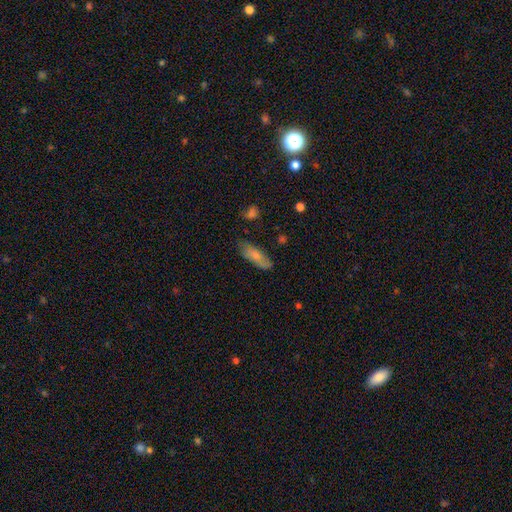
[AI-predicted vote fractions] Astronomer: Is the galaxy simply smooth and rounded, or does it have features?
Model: smooth — 72%.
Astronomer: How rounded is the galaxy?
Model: in between — 66%.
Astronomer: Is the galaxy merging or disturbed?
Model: none — 71%.